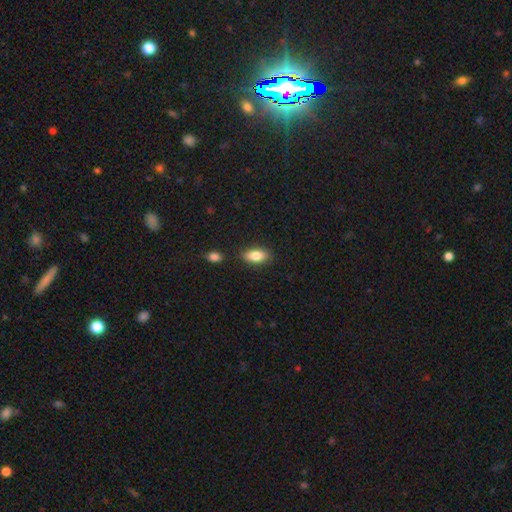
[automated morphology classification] This appears to be a smooth galaxy with no disk features (81%) that is in between round and cigar-shaped (87%). Merging: none (84%).